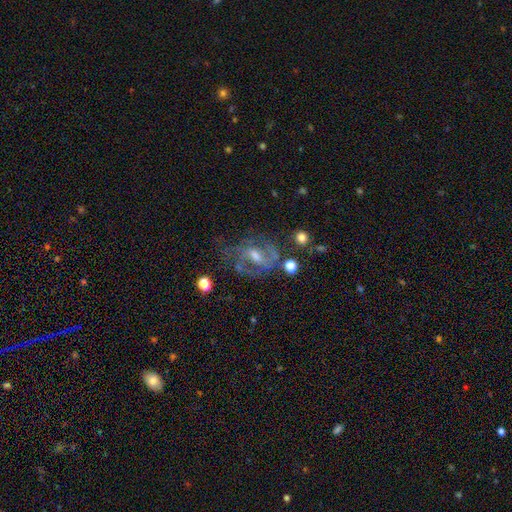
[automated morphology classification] featured or disk 75%, smooth 14%, star or artifact 11%. Down the decision tree: edge-on disk — no (96%); bar — weak (51%); spiral arms — yes (78%); spiral arm count — 2 (51%); spiral winding — medium (48%); bulge size — moderate (52%); merging — none (54%).